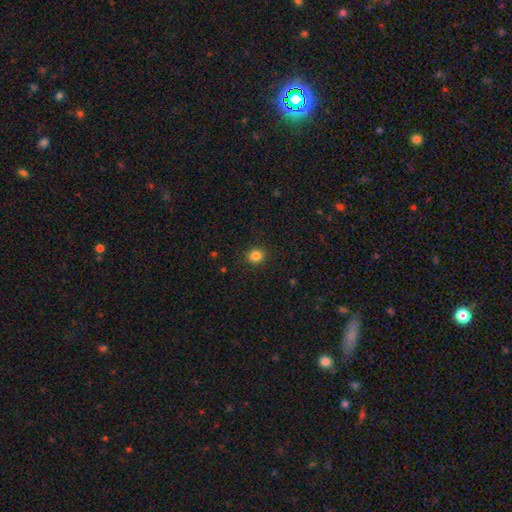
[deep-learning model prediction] smooth_or_featured: smooth (p=0.84) [alt: star or artifact p=0.11]
how_rounded: round (p=0.85) [alt: in between p=0.14]
merging: none (p=0.92) [alt: minor disturbance p=0.06]